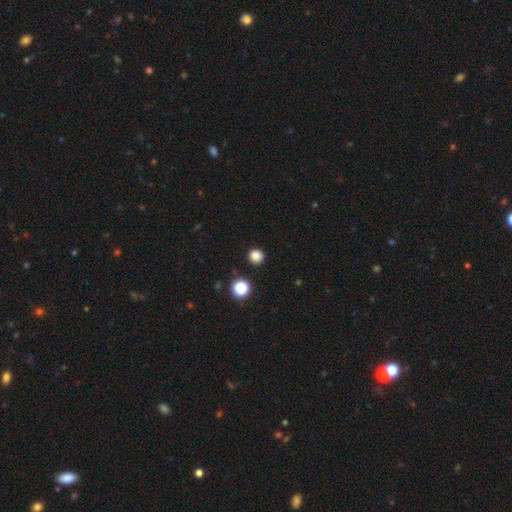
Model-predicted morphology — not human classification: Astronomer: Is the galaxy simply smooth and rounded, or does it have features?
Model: smooth — 83%.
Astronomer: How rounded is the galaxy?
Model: round — 92%.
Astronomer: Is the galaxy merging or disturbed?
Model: none — 91%.